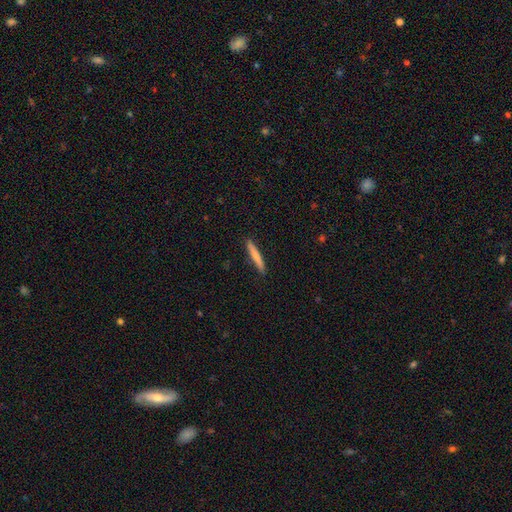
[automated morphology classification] Smooth or featured? smooth (75%)
How rounded? cigar-shaped (95%)
Merging? none (90%)